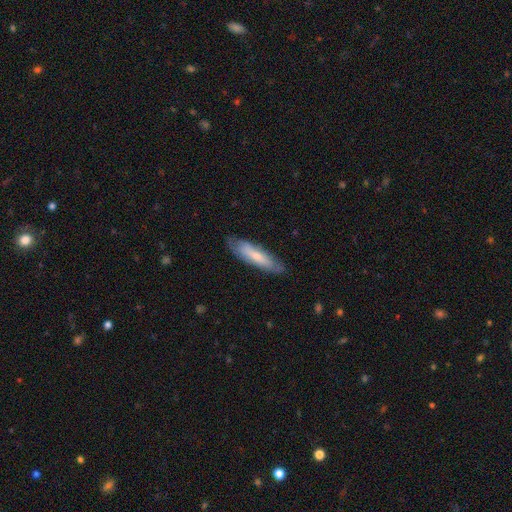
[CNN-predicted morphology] This appears to be a smooth galaxy with no disk features (61%) that is cigar-shaped (68%). Merging: none (76%).